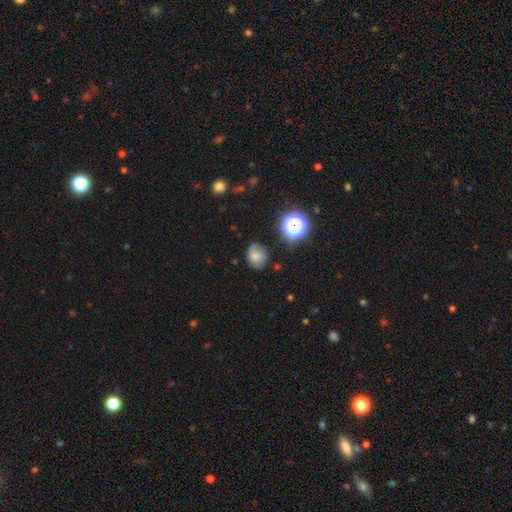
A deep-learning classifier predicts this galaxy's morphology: type=smooth (70%); roundness=round (57%); merging=none (63%).